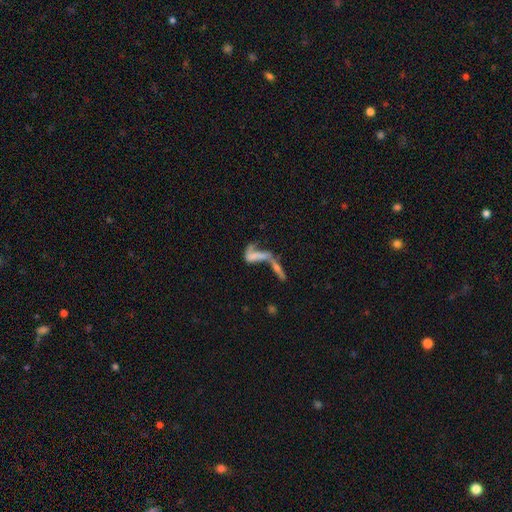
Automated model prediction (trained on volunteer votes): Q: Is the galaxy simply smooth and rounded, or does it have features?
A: featured or disk — 49%.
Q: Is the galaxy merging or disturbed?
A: merger — 62%.